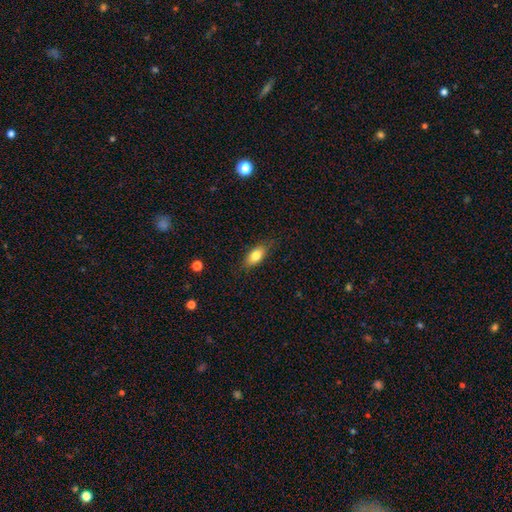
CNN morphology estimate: Overall: smooth (77%). How rounded: in between (83%). Merging: none (80%).